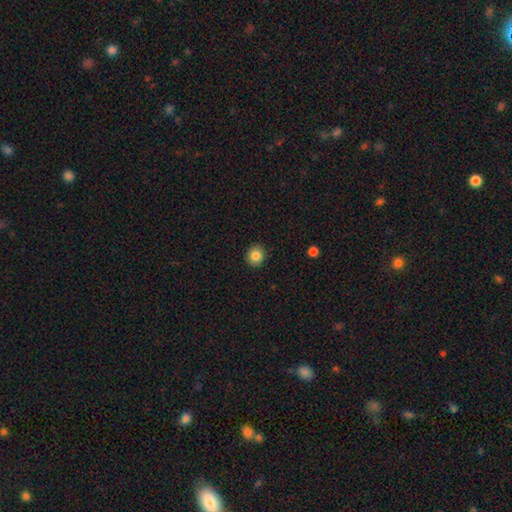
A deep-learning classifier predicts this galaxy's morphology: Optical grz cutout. It shows a smooth galaxy with no disk features (85%) that is round (88%). Merging: none (92%).